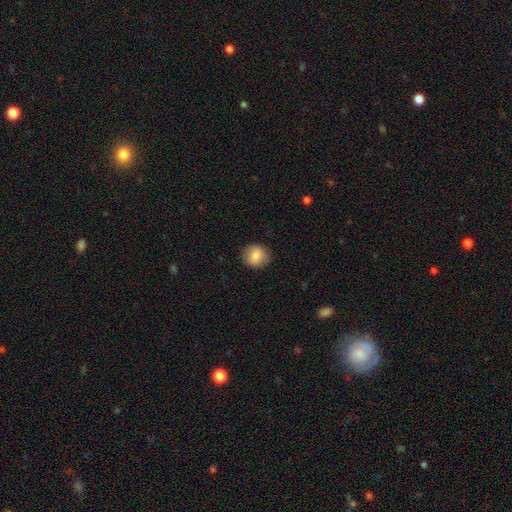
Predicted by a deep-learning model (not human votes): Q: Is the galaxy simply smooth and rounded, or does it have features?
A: smooth — 82%.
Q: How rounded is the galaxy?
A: round — 81%.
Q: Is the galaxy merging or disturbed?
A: none — 85%.